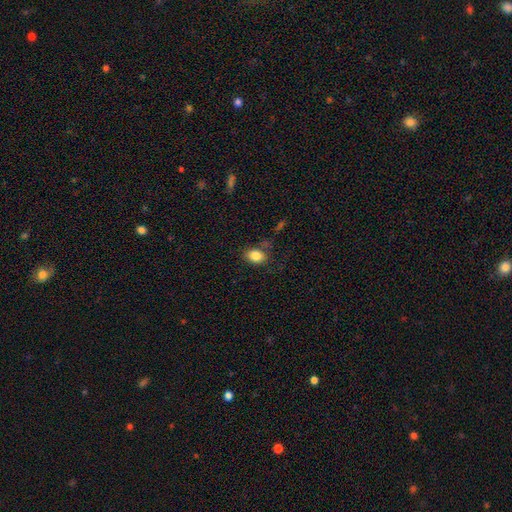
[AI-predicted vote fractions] smooth 84%, star or artifact 9%, featured or disk 7%. Down the decision tree: how rounded — in between (65%); merging — none (70%).